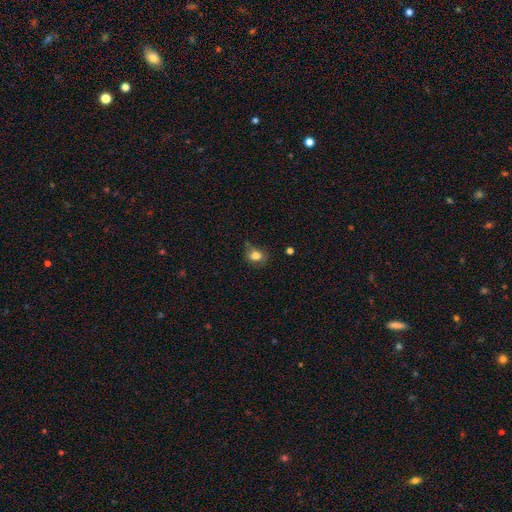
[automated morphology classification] Smooth or featured? smooth (79%)
How rounded? in between (57%)
Merging? none (57%)